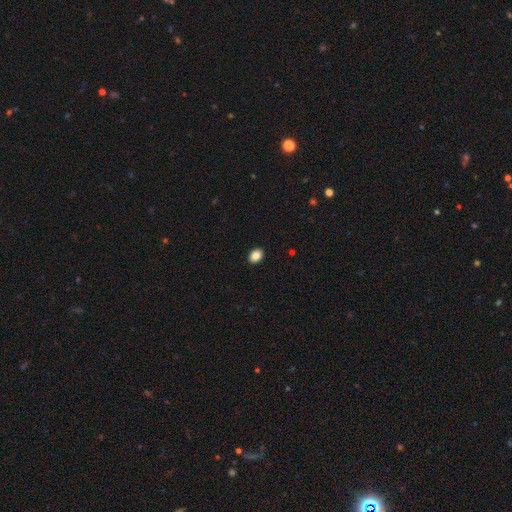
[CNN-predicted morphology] type=smooth (87%); roundness=in between (73%); merging=none (91%).